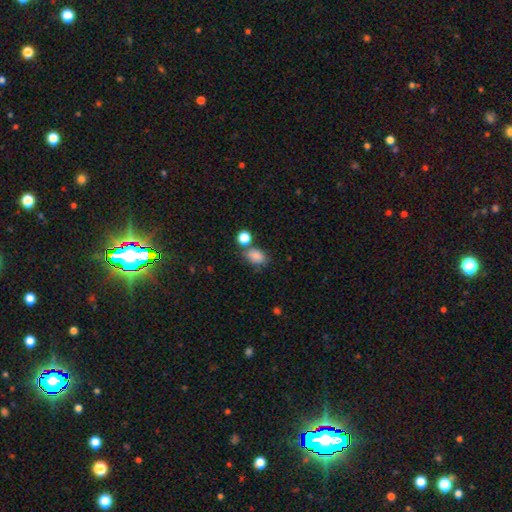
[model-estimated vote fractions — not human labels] Smooth or featured?
  - smooth: 83% *
  - star or artifact: 11%
  - featured or disk: 7%
How rounded?
  - in between: 76% *
  - round: 23%
  - cigar-shaped: 1%
Merging?
  - none: 58% *
  - merger: 18%
  - minor disturbance: 17%
  - major disturbance: 7%